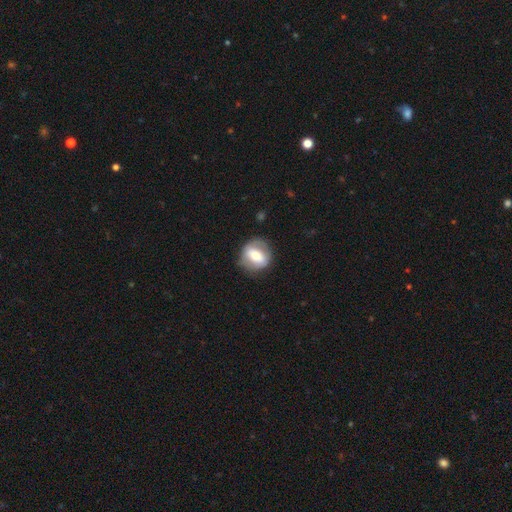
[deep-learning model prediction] smooth-or-featured: smooth: 48% | featured or disk: 45% | star or artifact: 7%
  merging: none: 77% | minor disturbance: 15% | major disturbance: 6% | merger: 1%